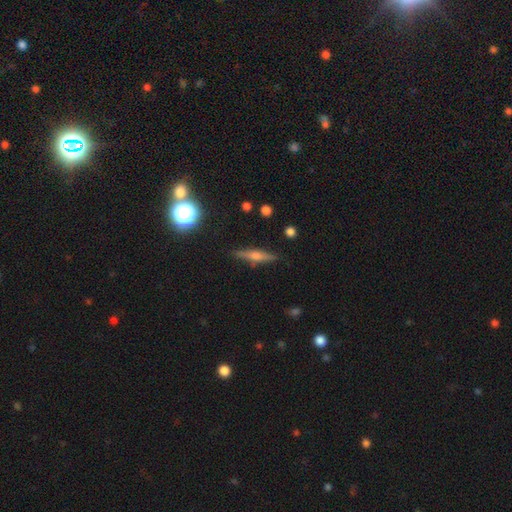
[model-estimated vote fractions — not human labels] featured or disk 59%, smooth 31%, star or artifact 11%. Down the decision tree: edge-on disk — yes (96%); edge-on bulge — rounded (79%); merging — none (88%).